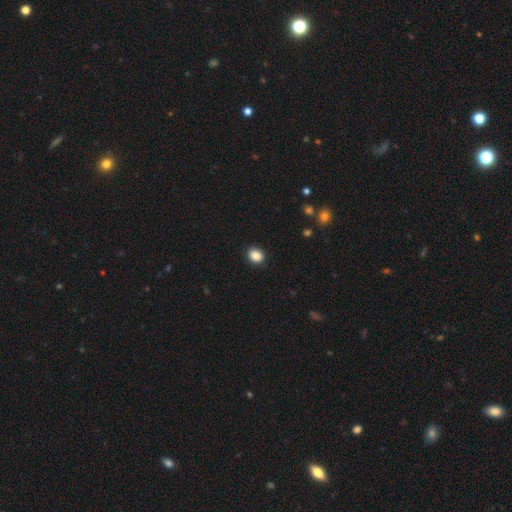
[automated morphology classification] Smooth or featured? Predicted: smooth (p=0.87). How rounded? Predicted: round (p=0.54). Merging? Predicted: none (p=0.90).